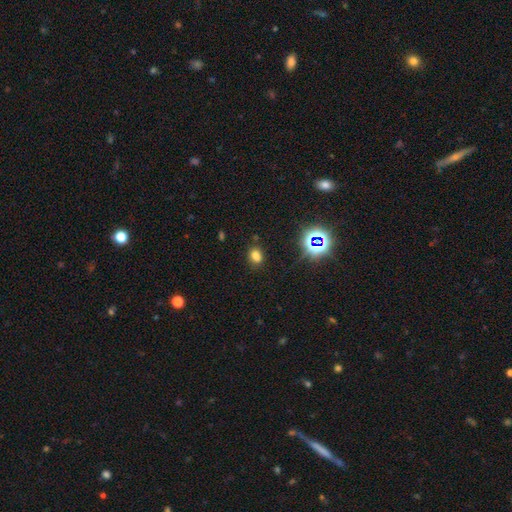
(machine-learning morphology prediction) A smooth galaxy with no disk features (71%) that is in between round and cigar-shaped (60%).

Vote fractions:
- Smooth or featured? smooth: 71% / star or artifact: 22% / featured or disk: 7%
- How rounded? in between: 60% / round: 38% / cigar-shaped: 1%
- Merging? none: 77% / minor disturbance: 13% / merger: 6% / major disturbance: 4%